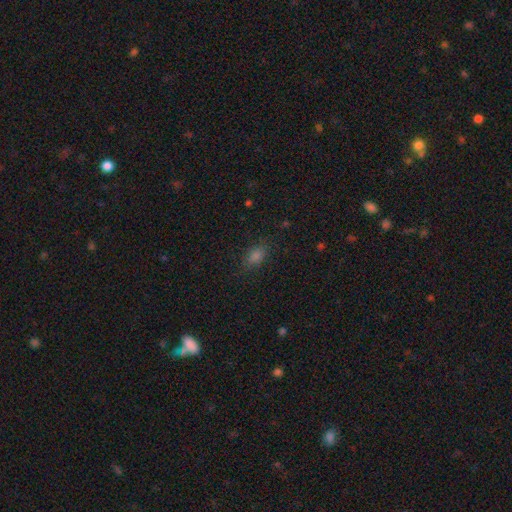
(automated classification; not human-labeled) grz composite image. It shows a smooth galaxy with no disk features (73%) that is in between round and cigar-shaped (78%). Merging: none (83%).